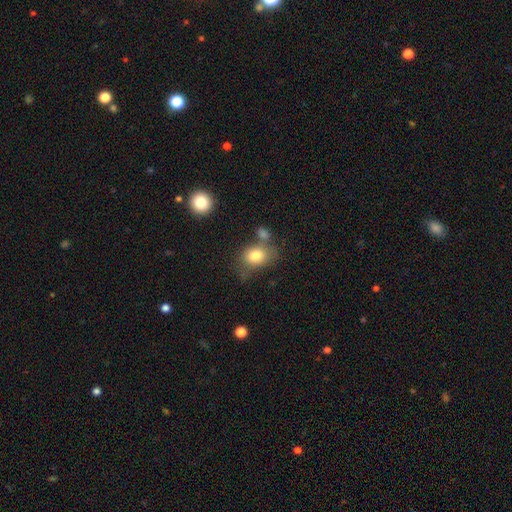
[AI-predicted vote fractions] This appears to be a smooth galaxy with no disk features (79%) that is in between round and cigar-shaped (64%). Merging: none (50%).